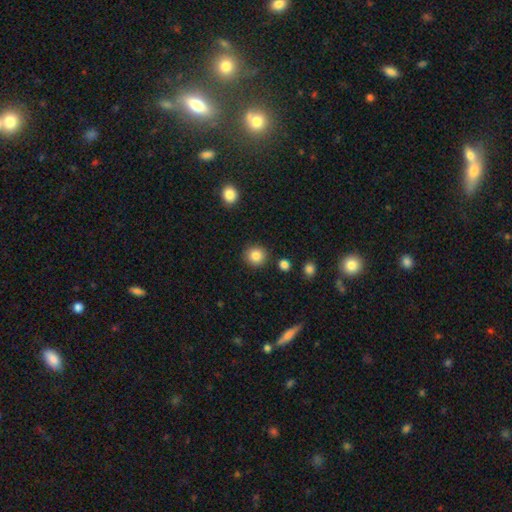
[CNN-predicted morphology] smooth-or-featured: smooth: 85% | star or artifact: 10% | featured or disk: 5%
  how-rounded: round: 91% | in between: 8% | cigar-shaped: 1%
  merging: none: 89% | minor disturbance: 6% | merger: 3% | major disturbance: 2%